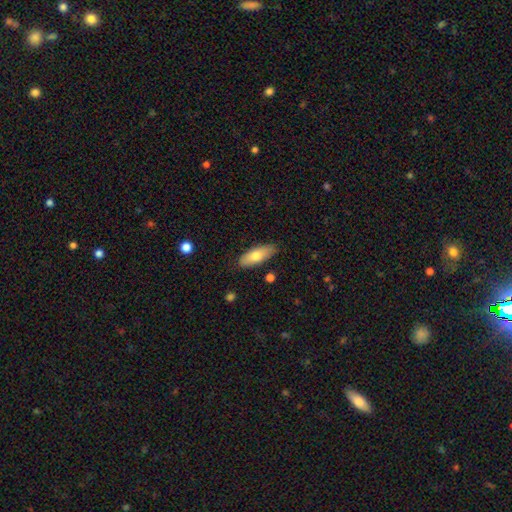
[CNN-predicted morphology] This appears to be a smooth galaxy with no disk features (73%) that is in between round and cigar-shaped (74%). Merging: none (85%).